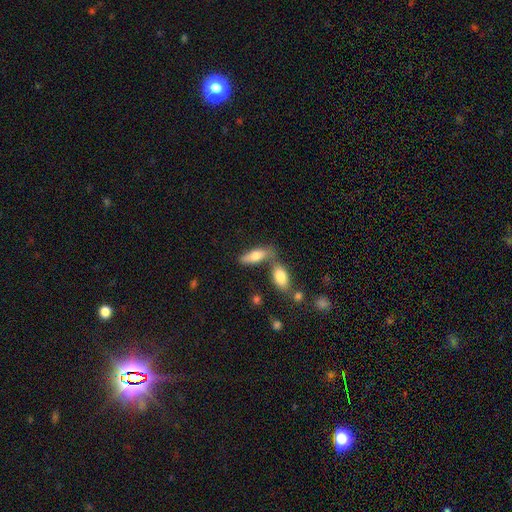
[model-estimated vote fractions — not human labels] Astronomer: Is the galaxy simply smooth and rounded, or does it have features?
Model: smooth — 72%.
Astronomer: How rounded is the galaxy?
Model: in between — 65%.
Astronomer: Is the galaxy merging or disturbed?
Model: none — 47% (runner-up: merger, 35%).